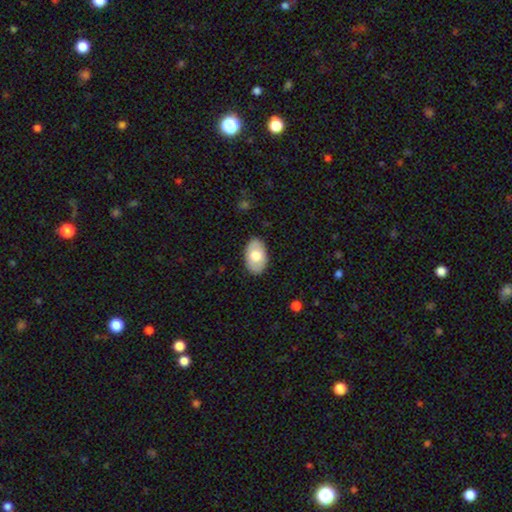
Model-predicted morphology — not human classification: The model was most divided on "smooth or featured": smooth: 72%, featured or disk: 23%, star or artifact: 6%. More confident: how rounded — in between (92%); merging — none (86%).